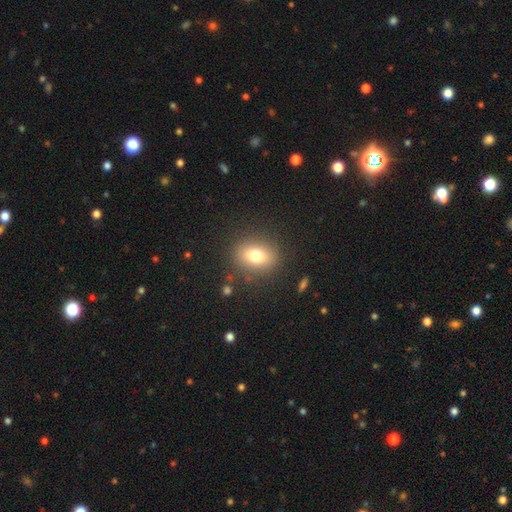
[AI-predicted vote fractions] Smooth or featured: smooth — 76% (featured or disk — 13%)
How rounded: in between — 56% (round — 42%)
Merging: none — 85% (minor disturbance — 9%)